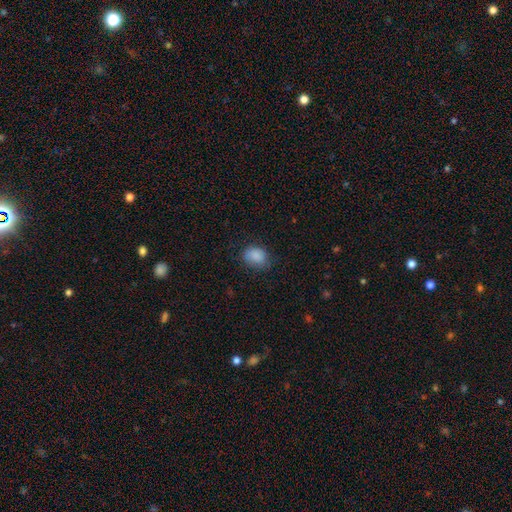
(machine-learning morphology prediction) Smooth or featured?
  - smooth: 87% *
  - star or artifact: 8%
  - featured or disk: 5%
How rounded?
  - in between: 65% *
  - round: 34%
  - cigar-shaped: 1%
Merging?
  - none: 72% *
  - minor disturbance: 22%
  - major disturbance: 5%
  - merger: 1%